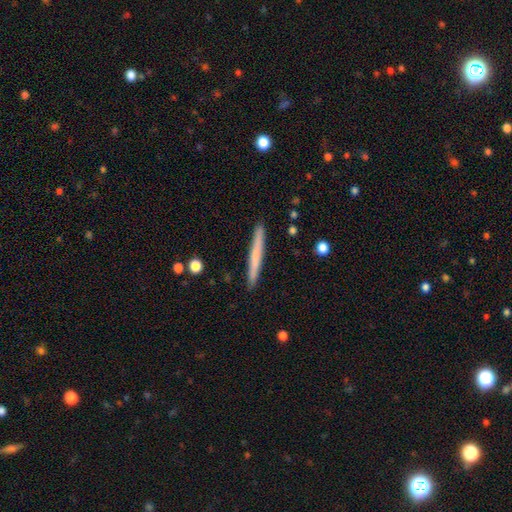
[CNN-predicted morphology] The model was most divided on "smooth or featured": smooth: 64%, featured or disk: 30%, star or artifact: 6%. More confident: how rounded — cigar-shaped (97%); merging — none (92%).